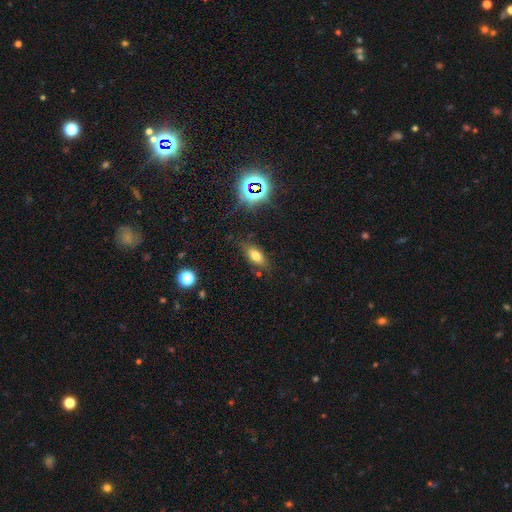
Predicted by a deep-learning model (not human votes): smooth_or_featured: smooth (p=0.69) [alt: star or artifact p=0.16]
how_rounded: in between (p=0.80) [alt: cigar-shaped p=0.12]
merging: none (p=0.78) [alt: minor disturbance p=0.15]